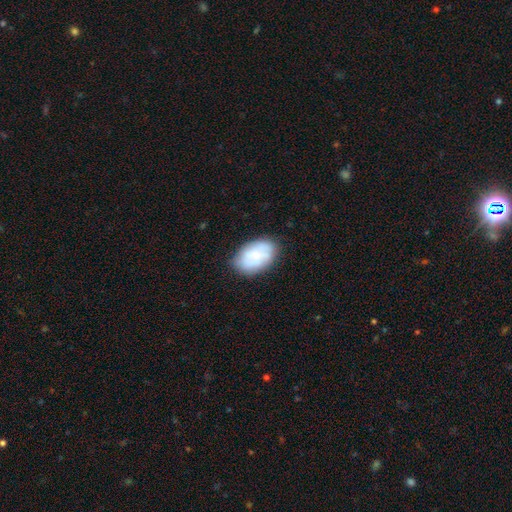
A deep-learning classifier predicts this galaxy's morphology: smooth 57%, featured or disk 36%, star or artifact 8%. Down the decision tree: how rounded — in between (88%); merging — none (74%).